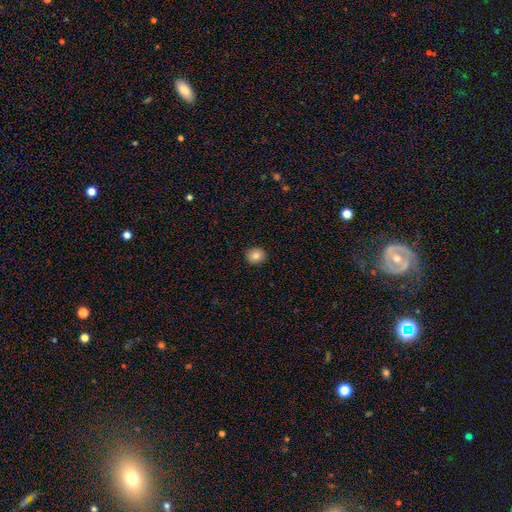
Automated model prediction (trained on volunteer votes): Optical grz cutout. It shows a smooth galaxy with no disk features (83%) that is round (86%). Merging: none (92%).